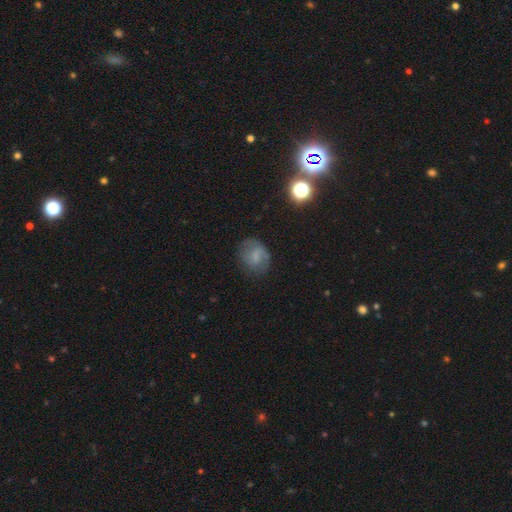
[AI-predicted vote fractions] Smooth or featured?
  - smooth: 56% *
  - featured or disk: 33%
  - star or artifact: 12%
How rounded?
  - round: 56% *
  - in between: 42%
  - cigar-shaped: 1%
Merging?
  - none: 63% *
  - minor disturbance: 23%
  - major disturbance: 12%
  - merger: 2%